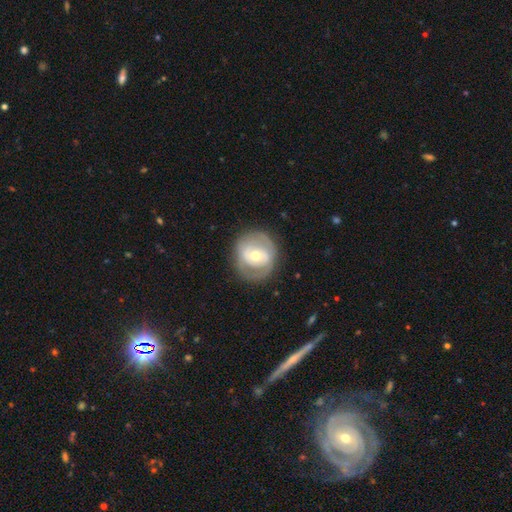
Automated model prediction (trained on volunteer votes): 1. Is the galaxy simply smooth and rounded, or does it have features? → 62% featured or disk, 32% smooth, 5% star or artifact.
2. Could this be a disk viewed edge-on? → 96% no, 4% yes.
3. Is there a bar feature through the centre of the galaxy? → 62% no, 27% weak, 11% strong.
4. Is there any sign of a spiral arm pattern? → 53% no, 47% yes.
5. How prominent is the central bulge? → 67% moderate, 26% small, 6% large, 1% dominant, 1% none.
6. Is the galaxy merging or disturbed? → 76% none, 15% minor disturbance, 8% major disturbance, 1% merger.